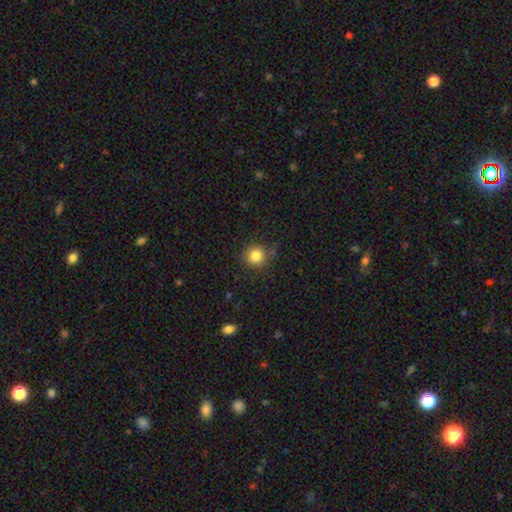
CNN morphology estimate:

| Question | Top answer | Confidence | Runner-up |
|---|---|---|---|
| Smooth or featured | smooth | 83% | star or artifact (12%) |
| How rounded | round | 92% | in between (7%) |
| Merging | none | 87% | minor disturbance (8%) |